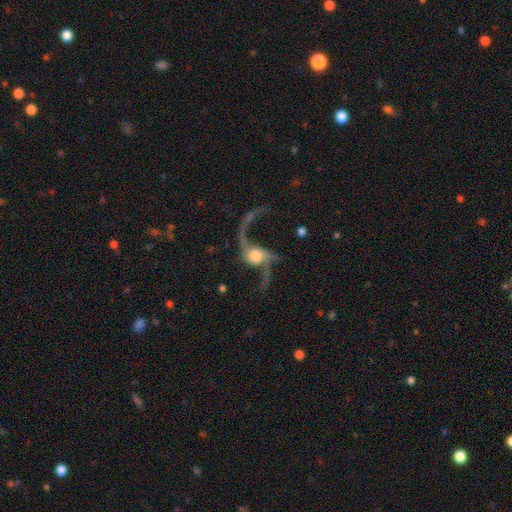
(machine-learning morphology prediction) Overall: featured or disk (88%). Edge-on disk: no (96%). Bar: no (61%; weak 27%). Spiral arms: yes (96%). Spiral arm count: 2 (88%). Spiral winding: loose (90%). Bulge size: moderate (40%; large 35%). Merging: none (58%; major disturbance 23%).